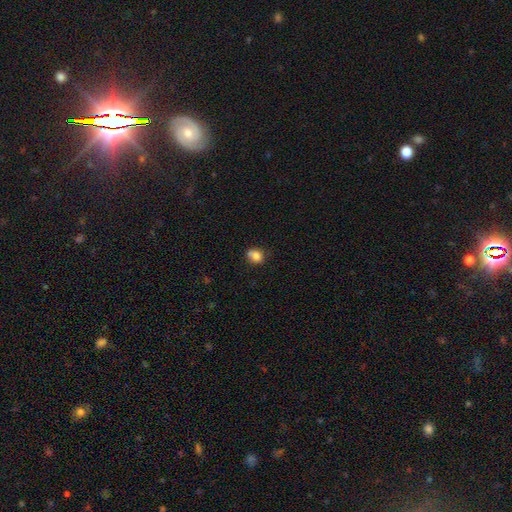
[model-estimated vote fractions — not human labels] A smooth galaxy with no disk features (82%) that is round (58%).

Vote fractions:
- Smooth or featured? smooth: 82% / star or artifact: 10% / featured or disk: 8%
- How rounded? round: 58% / in between: 41% / cigar-shaped: 1%
- Merging? none: 62% / minor disturbance: 24% / merger: 9% / major disturbance: 5%